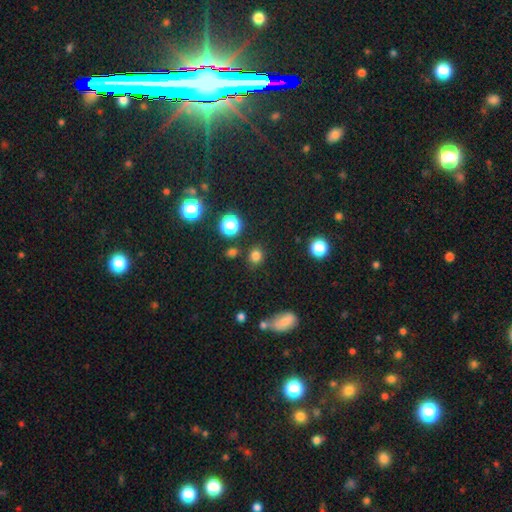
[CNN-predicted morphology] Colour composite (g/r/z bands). It shows a smooth galaxy with no disk features (77%) that is round (72%). Merging: none (82%).